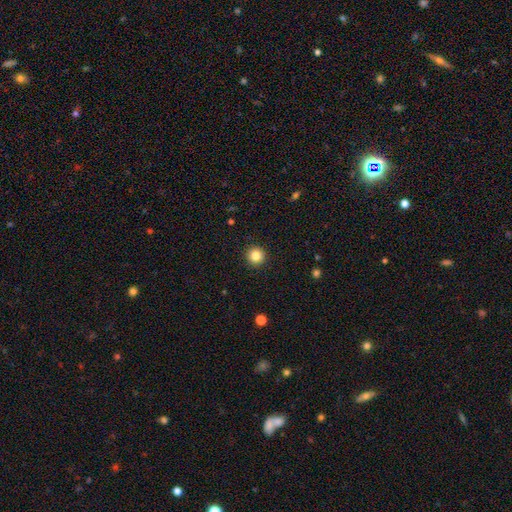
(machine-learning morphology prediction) Smooth or featured: smooth — 84% (star or artifact — 11%)
How rounded: round — 96% (in between — 3%)
Merging: none — 93% (minor disturbance — 4%)